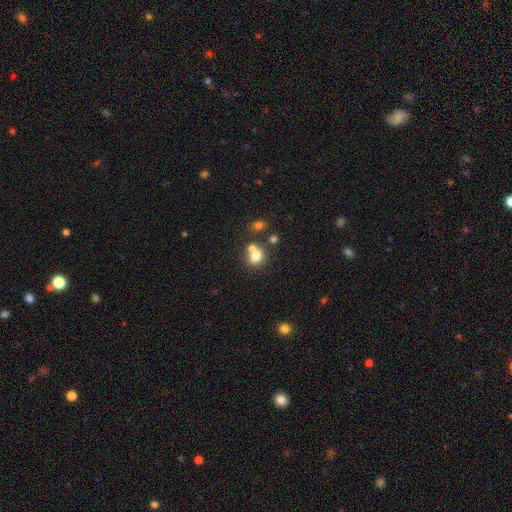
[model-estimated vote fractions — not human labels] A smooth galaxy with no disk features (74%) that is round (71%).

Vote fractions:
- Smooth or featured? smooth: 74% / star or artifact: 13% / featured or disk: 12%
- How rounded? round: 71% / in between: 28% / cigar-shaped: 1%
- Merging? none: 51% / merger: 35% / minor disturbance: 9% / major disturbance: 4%